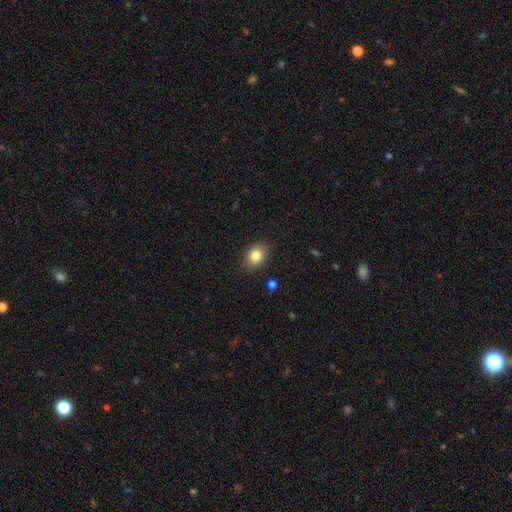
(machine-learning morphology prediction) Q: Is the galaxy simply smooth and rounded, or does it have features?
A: smooth — 83%.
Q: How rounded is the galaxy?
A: in between — 62%.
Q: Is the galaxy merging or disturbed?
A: none — 87%.